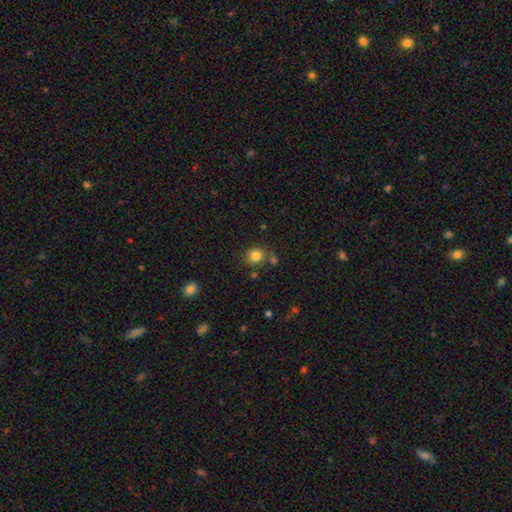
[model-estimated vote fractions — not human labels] This appears to be a smooth galaxy with no disk features (82%) that is round (81%). Merging: none (74%).